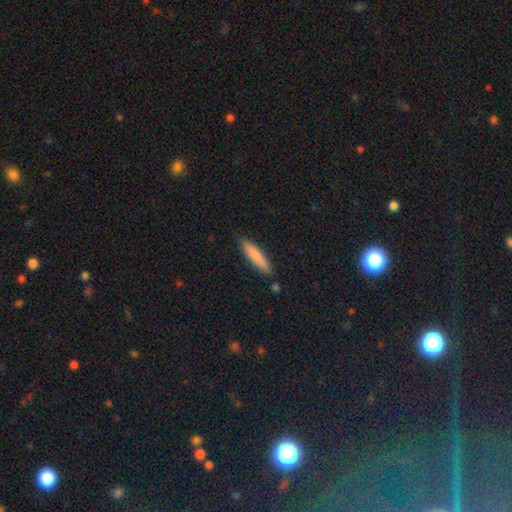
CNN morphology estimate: Smooth or featured: smooth — 83% (featured or disk — 12%)
How rounded: cigar-shaped — 83% (in between — 16%)
Merging: none — 84% (minor disturbance — 12%)